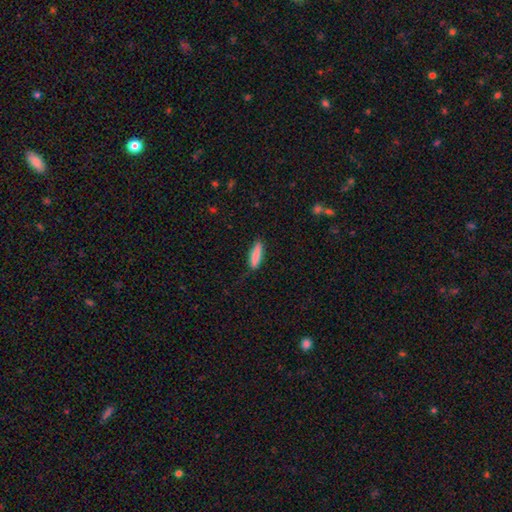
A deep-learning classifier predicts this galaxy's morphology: Smooth or featured? Predicted: smooth (p=0.86). How rounded? Predicted: cigar-shaped (p=0.72). Merging? Predicted: none (p=0.84).